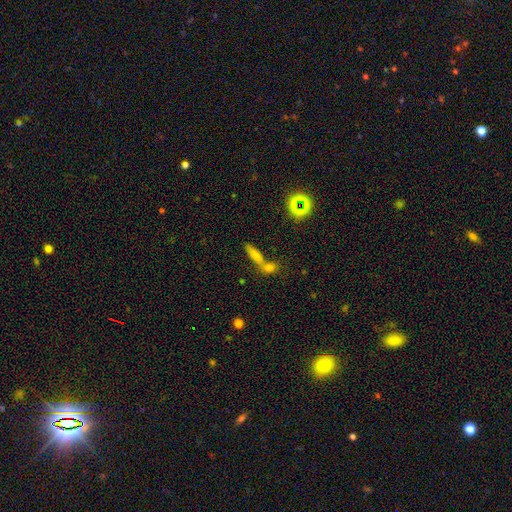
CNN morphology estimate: Q: Smooth or featured?
A: smooth (66%); runner-up: featured or disk (18%)
Q: How rounded?
A: cigar-shaped (63%); runner-up: in between (32%)
Q: Merging?
A: none (47%); runner-up: merger (40%)